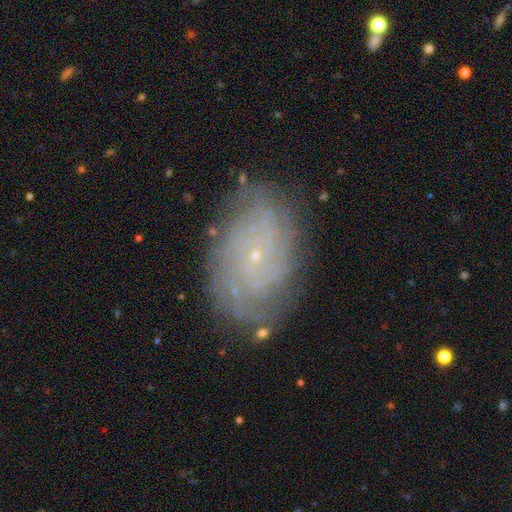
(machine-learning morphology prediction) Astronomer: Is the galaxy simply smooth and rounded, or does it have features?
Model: featured or disk — 72%.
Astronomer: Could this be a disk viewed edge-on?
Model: no — 96%.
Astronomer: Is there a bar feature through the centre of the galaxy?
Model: no — 83%.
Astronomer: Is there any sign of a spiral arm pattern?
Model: yes — 88%.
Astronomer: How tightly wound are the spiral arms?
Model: tight — 72%.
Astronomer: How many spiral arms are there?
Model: can't tell — 47%.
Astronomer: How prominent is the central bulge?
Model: small — 90%.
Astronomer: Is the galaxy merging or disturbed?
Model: none — 79%.